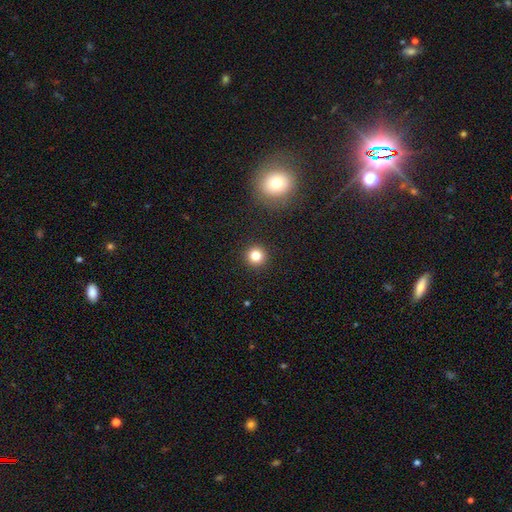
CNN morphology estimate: smooth_or_featured: smooth (p=0.81) [alt: star or artifact p=0.13]
how_rounded: round (p=0.95) [alt: in between p=0.05]
merging: none (p=0.92) [alt: minor disturbance p=0.05]